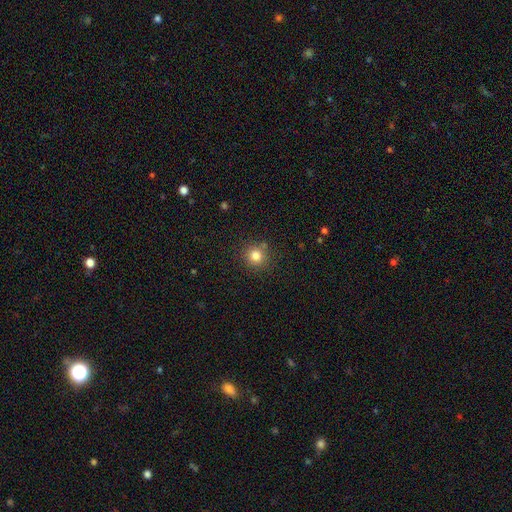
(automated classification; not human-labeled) This appears to be a smooth galaxy with no disk features (81%) that is round (92%). Merging: none (84%).